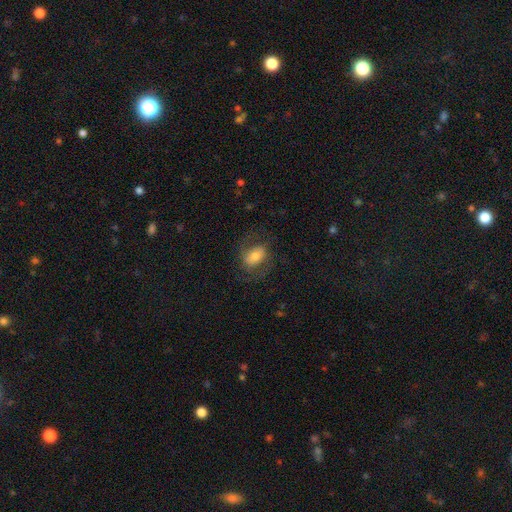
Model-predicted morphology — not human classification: The model was most divided on "smooth or featured": smooth: 51%, featured or disk: 40%, star or artifact: 9%. More confident: how rounded — in between (75%); merging — none (64%).